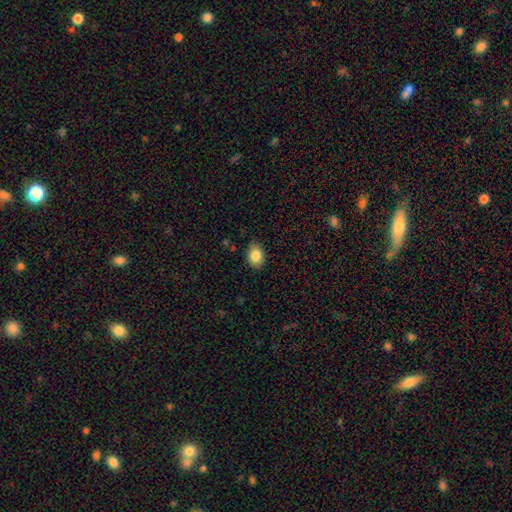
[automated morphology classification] smooth-or-featured: smooth: 85% | star or artifact: 8% | featured or disk: 7%
  how-rounded: in between: 79% | round: 20% | cigar-shaped: 1%
  merging: none: 85% | minor disturbance: 12% | major disturbance: 2% | merger: 1%